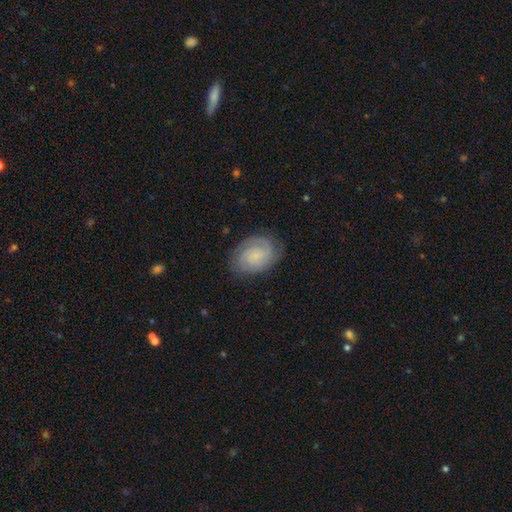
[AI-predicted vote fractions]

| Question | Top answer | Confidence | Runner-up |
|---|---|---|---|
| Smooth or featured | featured or disk | 64% | smooth (29%) |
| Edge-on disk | no | 97% | yes (3%) |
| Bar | no | 66% | weak (30%) |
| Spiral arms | yes | 94% | no (6%) |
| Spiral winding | tight | 62% | medium (30%) |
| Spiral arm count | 2 | 46% | can't tell (26%) |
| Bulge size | small | 56% | none (26%) |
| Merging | none | 78% | minor disturbance (16%) |